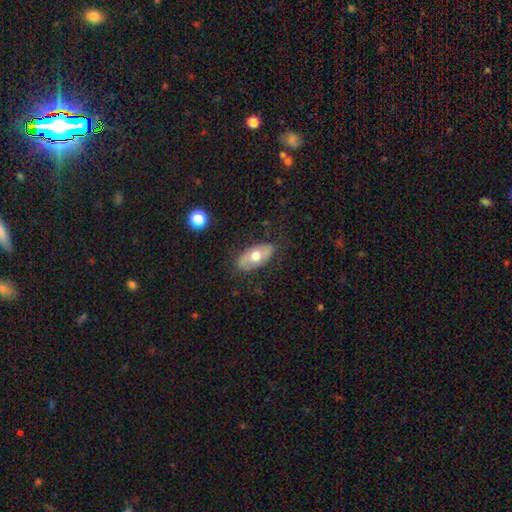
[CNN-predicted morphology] smooth 56%, featured or disk 38%, star or artifact 6%. Down the decision tree: how rounded — in between (92%); merging — none (79%).